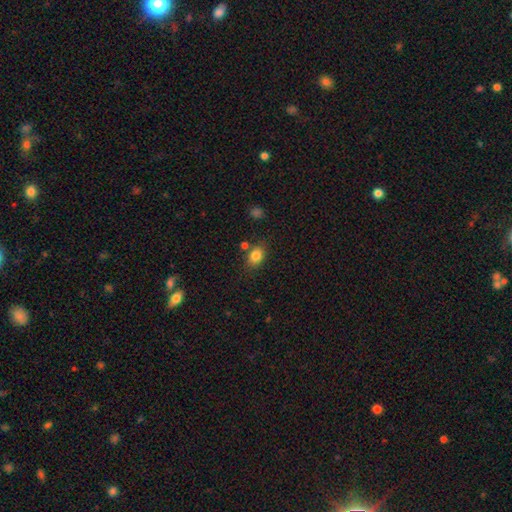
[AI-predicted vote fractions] smooth_or_featured: smooth (p=0.83) [alt: star or artifact p=0.10]
how_rounded: in between (p=0.66) [alt: round p=0.32]
merging: none (p=0.75) [alt: minor disturbance p=0.13]